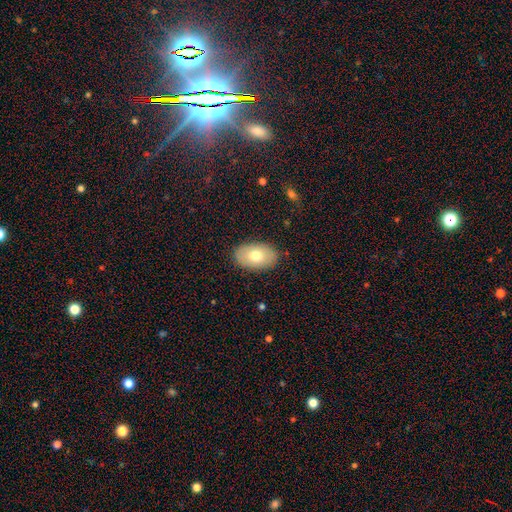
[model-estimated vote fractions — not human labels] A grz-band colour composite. It shows a smooth galaxy with no disk features (72%) that is in between round and cigar-shaped (92%). Merging: none (87%).